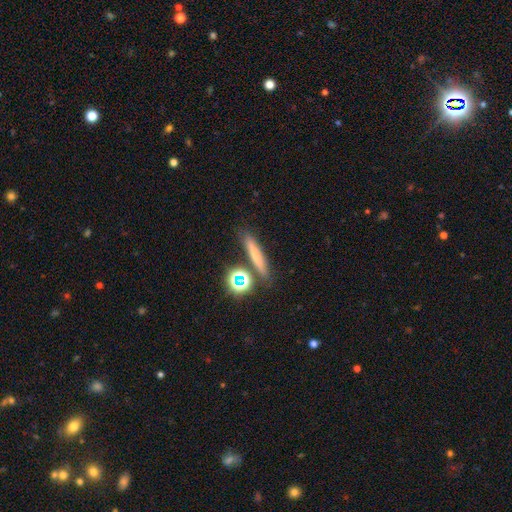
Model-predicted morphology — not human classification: Smooth or featured: smooth — 63% (featured or disk — 22%)
How rounded: cigar-shaped — 78% (in between — 11%)
Merging: none — 80% (minor disturbance — 10%)